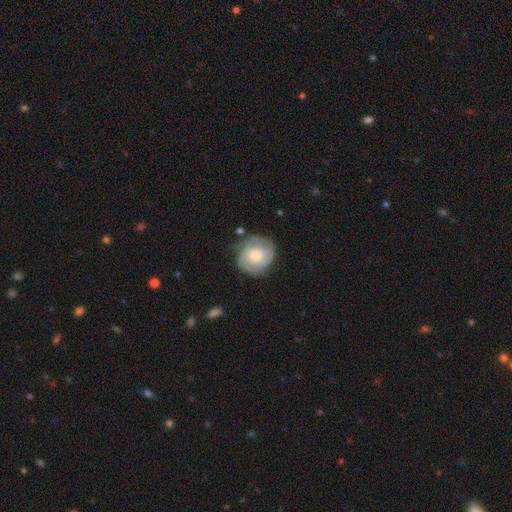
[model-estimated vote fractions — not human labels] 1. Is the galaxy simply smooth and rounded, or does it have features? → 63% featured or disk, 30% smooth, 6% star or artifact.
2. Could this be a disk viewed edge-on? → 98% no, 2% yes.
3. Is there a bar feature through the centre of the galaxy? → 71% no, 25% weak, 4% strong.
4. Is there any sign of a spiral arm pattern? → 87% yes, 13% no.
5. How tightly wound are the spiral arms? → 57% tight, 33% medium, 10% loose.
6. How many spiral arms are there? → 32% 2, 31% can't tell, 23% 3, 5% 4, 5% 1, 4% more than 4.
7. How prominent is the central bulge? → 55% moderate, 34% small, 7% large, 2% none, 1% dominant.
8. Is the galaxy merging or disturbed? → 67% none, 22% minor disturbance, 8% major disturbance, 2% merger.